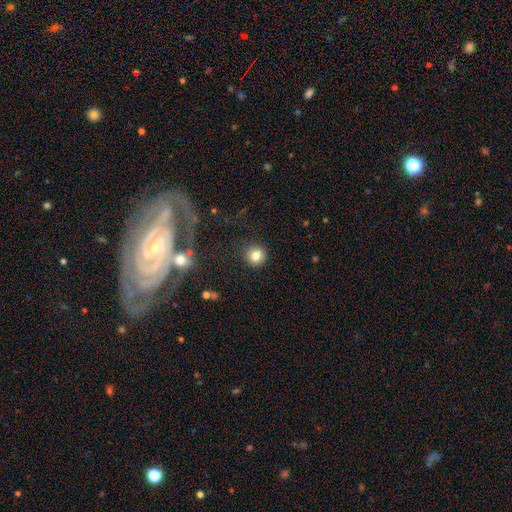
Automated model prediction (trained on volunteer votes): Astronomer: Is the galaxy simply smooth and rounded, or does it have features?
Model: smooth — 81%.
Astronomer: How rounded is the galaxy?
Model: round — 92%.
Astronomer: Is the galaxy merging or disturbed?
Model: none — 88%.